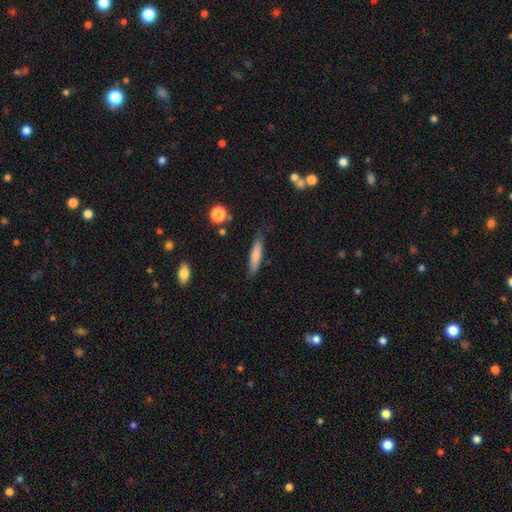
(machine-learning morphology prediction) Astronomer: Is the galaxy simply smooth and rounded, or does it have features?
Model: smooth — 75%.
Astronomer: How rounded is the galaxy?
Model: cigar-shaped — 85%.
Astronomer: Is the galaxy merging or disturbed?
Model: none — 79%.